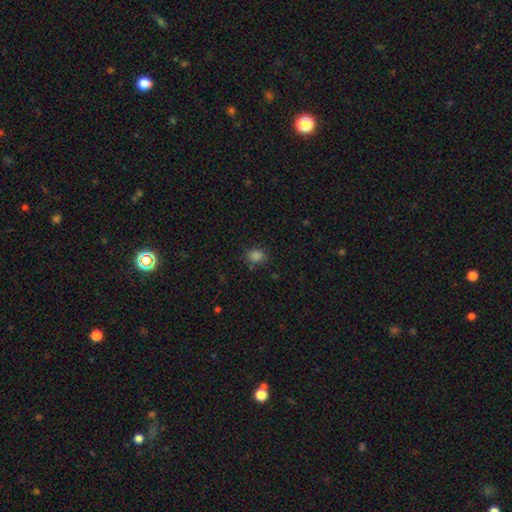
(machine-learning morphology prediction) type=smooth (81%); roundness=round (51%); merging=none (79%).